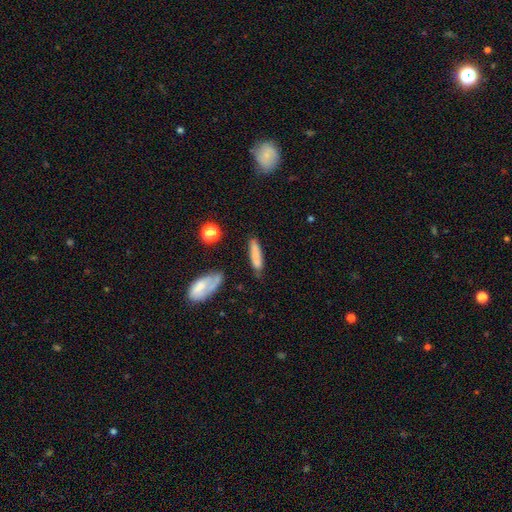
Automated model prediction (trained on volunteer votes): smooth 75%, featured or disk 17%, star or artifact 8%. Down the decision tree: how rounded — cigar-shaped (76%); merging — none (70%).